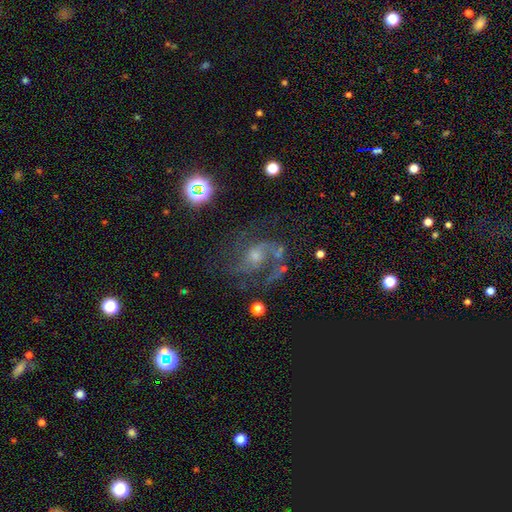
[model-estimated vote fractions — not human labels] The model was most divided on "bulge size": small: 48%, moderate: 40%, none: 7%, large: 4%, dominant: 1%. Remaining: edge-on disk — no (98%); spiral arms — yes (90%); smooth or featured — featured or disk (77%); bar — no (63%); merging — none (50%); spiral winding — medium (50%); spiral arm count — 2 (48%).